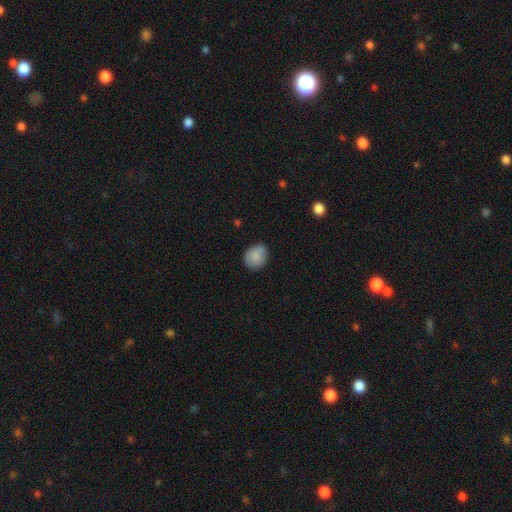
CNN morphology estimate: This is clearly a smooth galaxy (86%). How rounded: likely round (63%). Merging: likely none (77%).